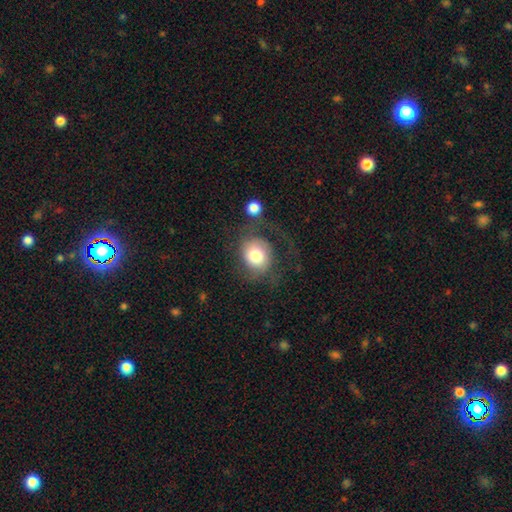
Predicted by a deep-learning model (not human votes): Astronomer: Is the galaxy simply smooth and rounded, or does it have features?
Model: smooth — 68%.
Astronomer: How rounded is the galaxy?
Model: round — 75%.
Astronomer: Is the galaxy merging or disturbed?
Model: none — 49% (runner-up: major disturbance, 26%).